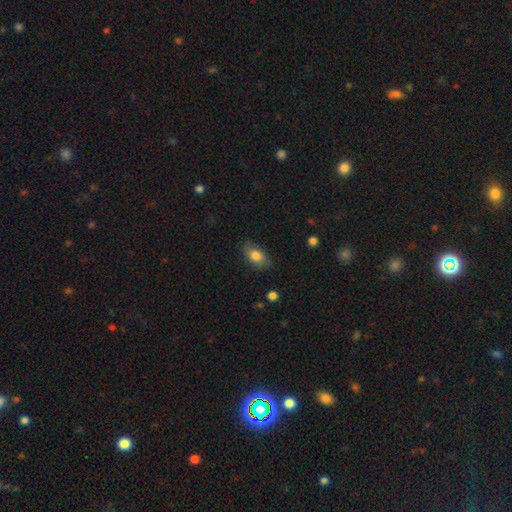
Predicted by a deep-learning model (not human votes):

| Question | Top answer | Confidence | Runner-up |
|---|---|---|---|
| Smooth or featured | smooth | 80% | featured or disk (12%) |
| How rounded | in between | 88% | round (8%) |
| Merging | none | 78% | minor disturbance (18%) |